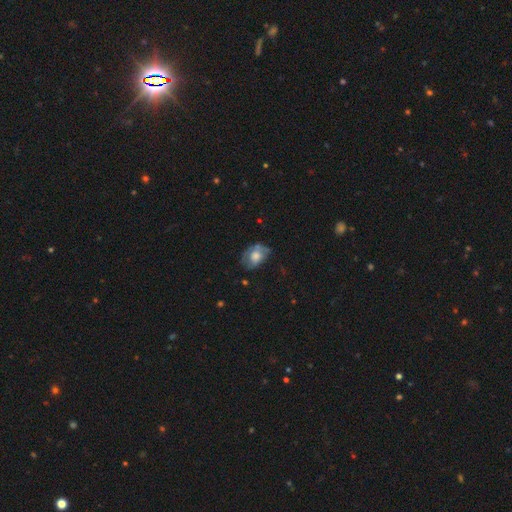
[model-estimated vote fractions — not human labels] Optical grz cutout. It shows a smooth galaxy with no disk features (57%) that is in between round and cigar-shaped (74%). Merging: none (47%).